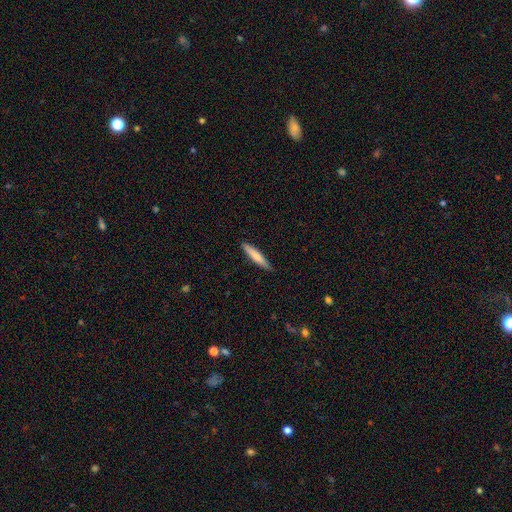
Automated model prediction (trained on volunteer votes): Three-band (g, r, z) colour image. It shows a smooth galaxy with no disk features (76%) that is cigar-shaped (91%). Merging: none (87%).